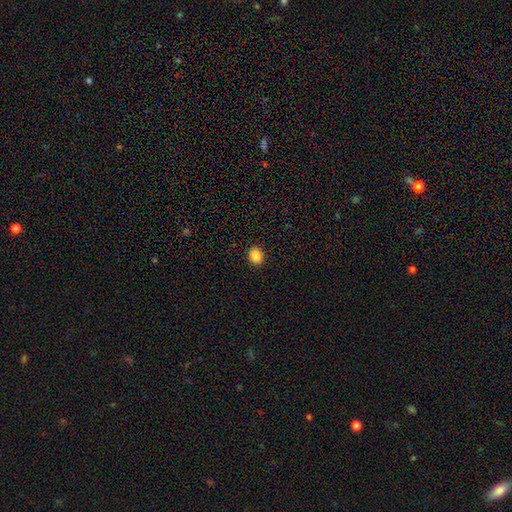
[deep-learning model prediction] Morphology: type=smooth (87%); roundness=round (56%); merging=none (91%).